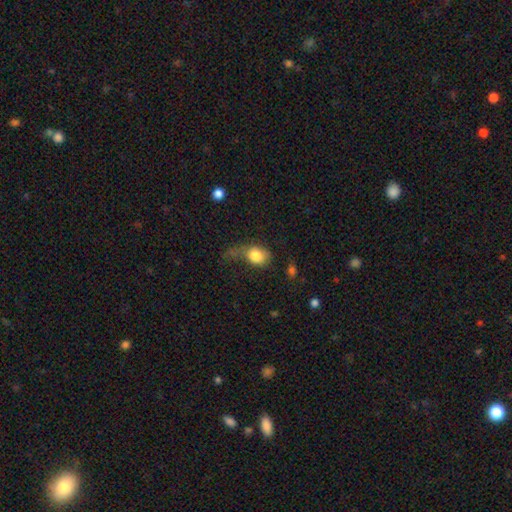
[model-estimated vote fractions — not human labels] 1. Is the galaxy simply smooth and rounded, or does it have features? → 80% smooth, 11% featured or disk, 8% star or artifact.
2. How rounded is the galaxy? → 57% in between, 42% round, 2% cigar-shaped.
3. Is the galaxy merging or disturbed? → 38% major disturbance, 29% none, 27% minor disturbance, 7% merger.